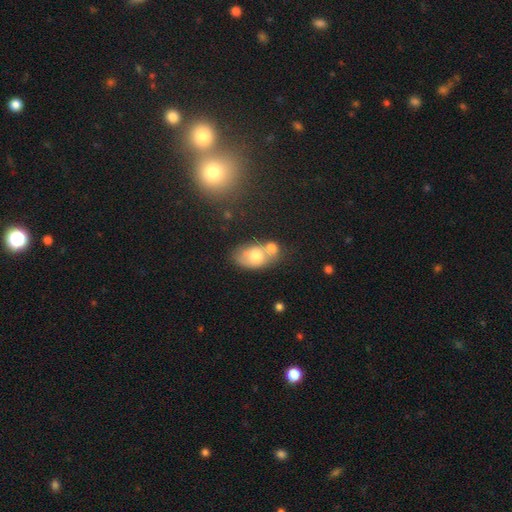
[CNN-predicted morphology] This is likely a smooth galaxy (65%). How rounded: clearly in between (84%). Merging: possibly merger (46%).